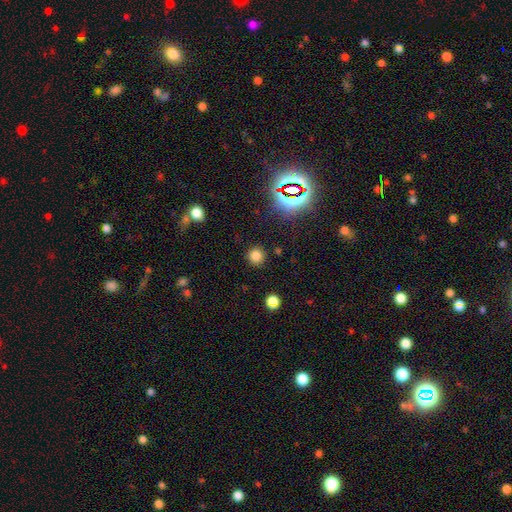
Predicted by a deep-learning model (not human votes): This is likely a smooth galaxy (78%). How rounded: clearly round (93%). Merging: clearly none (89%).